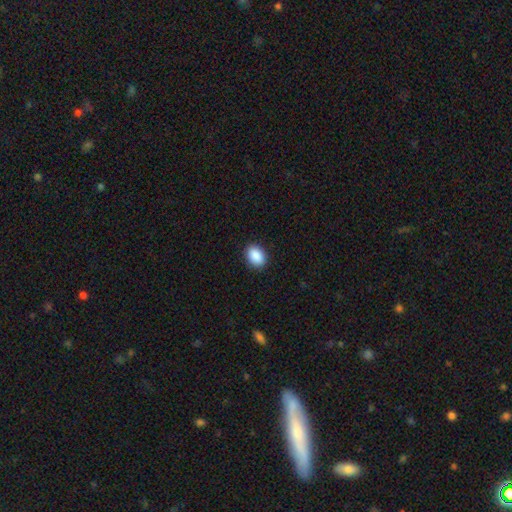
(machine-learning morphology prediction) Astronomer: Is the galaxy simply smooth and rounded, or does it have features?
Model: smooth — 90%.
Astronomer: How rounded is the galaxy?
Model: in between — 80%.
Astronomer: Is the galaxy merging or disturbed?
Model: none — 90%.